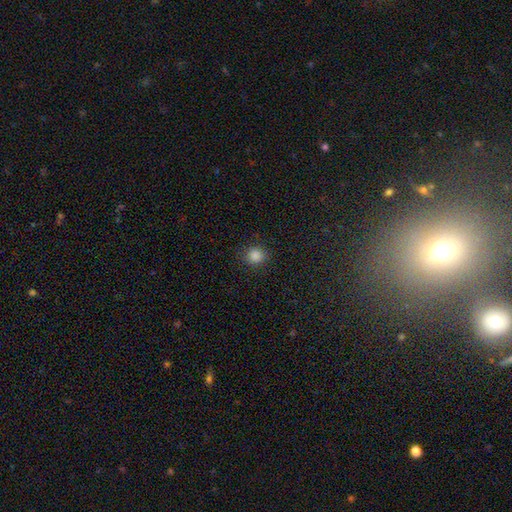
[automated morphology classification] smooth-or-featured: smooth: 84% | star or artifact: 13% | featured or disk: 3%
  how-rounded: round: 86% | in between: 13% | cigar-shaped: 1%
  merging: none: 89% | minor disturbance: 8% | major disturbance: 3% | merger: 1%